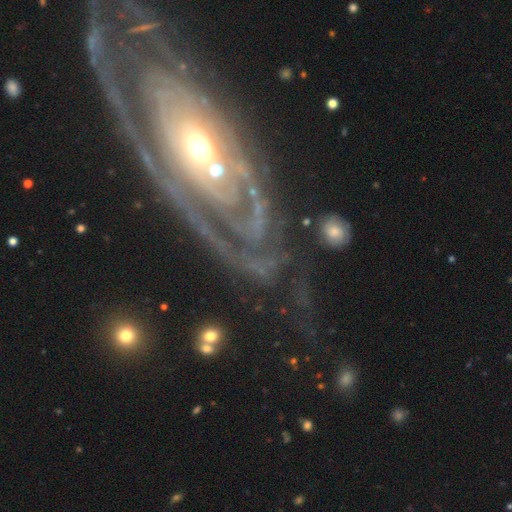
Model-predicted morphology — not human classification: smooth-or-featured: featured or disk: 83% | smooth: 9% | star or artifact: 8%
  disk-edge-on: no: 92% | yes: 8%
    bar: no: 74% | weak: 16% | strong: 10%
    has-spiral-arms: yes: 86% | no: 14%
      spiral-winding: tight: 71% | medium: 21% | loose: 8%
      spiral-arm-count: can't tell: 36% | 2: 25% | 3: 14% | 1: 9% | 4: 8% | more than 4: 8%
    bulge-size: moderate: 50% | small: 40% | large: 7% | dominant: 2% | none: 2%
  merging: none: 64% | minor disturbance: 17% | major disturbance: 15% | merger: 4%